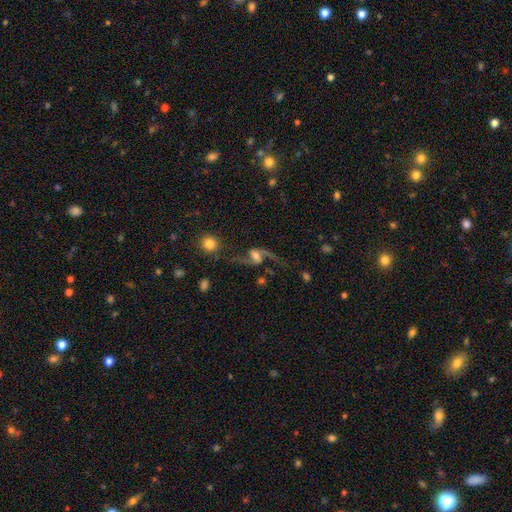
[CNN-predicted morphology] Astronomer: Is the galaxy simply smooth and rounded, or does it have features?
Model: featured or disk — 82%.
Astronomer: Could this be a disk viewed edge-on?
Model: no — 95%.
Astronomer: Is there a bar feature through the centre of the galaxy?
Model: weak — 42% (runner-up: no, 39%).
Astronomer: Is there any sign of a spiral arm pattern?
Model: yes — 93%.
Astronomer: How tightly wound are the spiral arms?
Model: loose — 87%.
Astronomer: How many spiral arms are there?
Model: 2 — 92%.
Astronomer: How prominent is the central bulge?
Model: moderate — 53%.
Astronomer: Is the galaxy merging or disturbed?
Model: none — 57%.